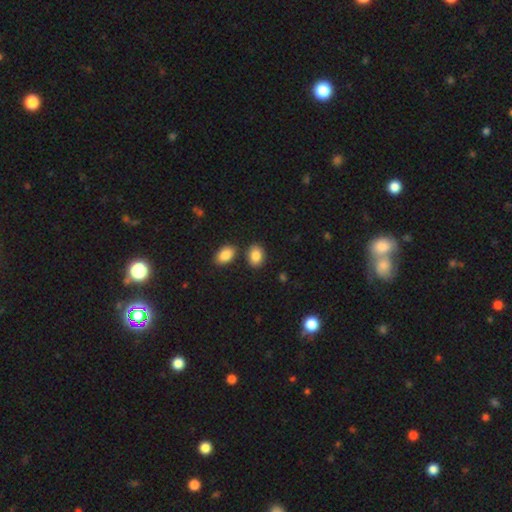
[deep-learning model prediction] smooth 86%, star or artifact 8%, featured or disk 7%. Down the decision tree: how rounded — in between (76%); merging — none (77%).